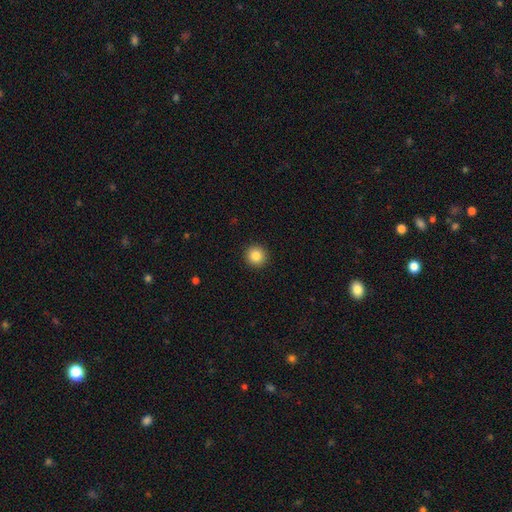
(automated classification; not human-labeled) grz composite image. It shows a smooth galaxy with no disk features (84%) that is round (95%). Merging: none (93%).